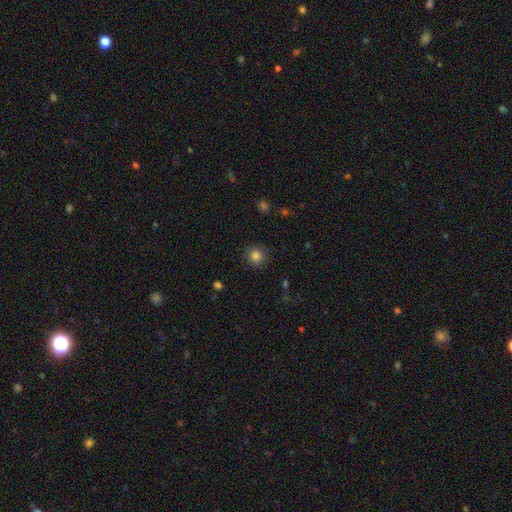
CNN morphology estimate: Smooth or featured? smooth (84%)
How rounded? round (93%)
Merging? none (89%)